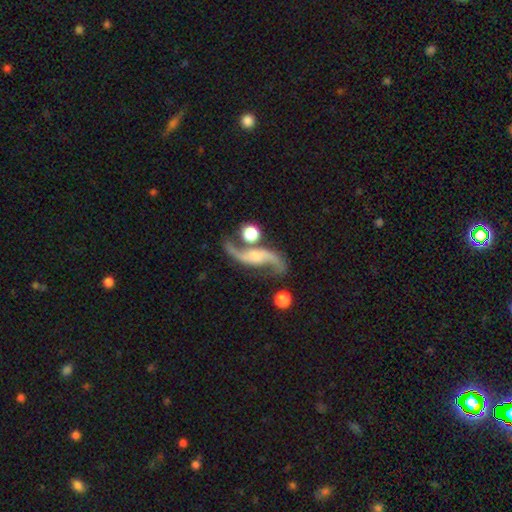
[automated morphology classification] smooth-or-featured: featured or disk: 89% | star or artifact: 5% | smooth: 5%
  disk-edge-on: no: 94% | yes: 6%
    bar: no: 51% | weak: 33% | strong: 16%
    has-spiral-arms: yes: 97% | no: 3%
      spiral-winding: loose: 82% | medium: 14% | tight: 3%
      spiral-arm-count: 2: 94% | 1: 2% | can't tell: 1% | 3: 1% | 4: 1% | more than 4: 1%
    bulge-size: small: 39% | moderate: 35% | none: 15% | large: 8% | dominant: 3%
  merging: none: 68% | minor disturbance: 13% | merger: 11% | major disturbance: 8%